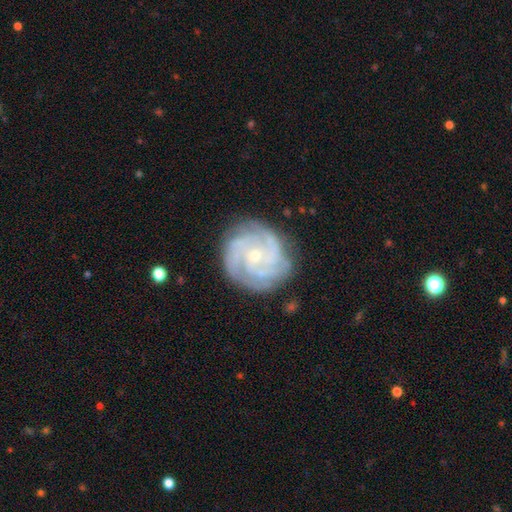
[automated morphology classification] featured or disk 88%, smooth 7%, star or artifact 6%. Down the decision tree: edge-on disk — no (98%); bar — no (72%); spiral arms — yes (98%); spiral arm count — 3 (34%); spiral winding — tight (71%); bulge size — small (73%); merging — none (81%).